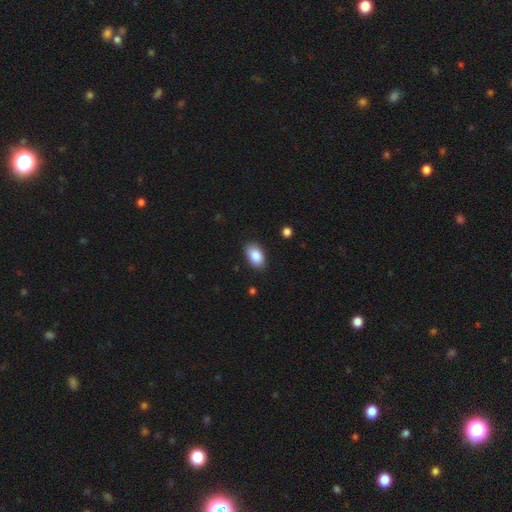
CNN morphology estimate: A smooth galaxy with no disk features (87%) that is in between round and cigar-shaped (92%). Merging: none (87%).